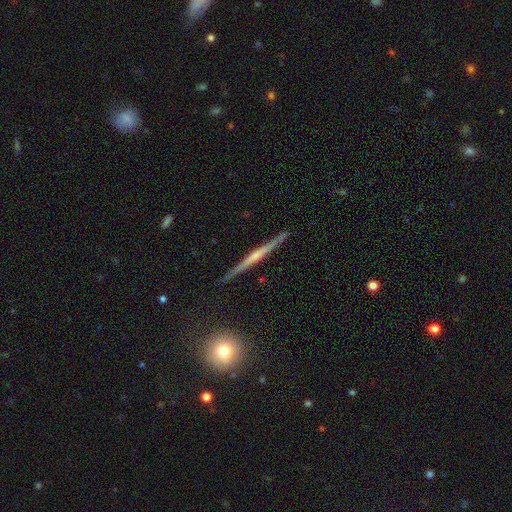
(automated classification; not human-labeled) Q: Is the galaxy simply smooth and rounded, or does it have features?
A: featured or disk — 72%.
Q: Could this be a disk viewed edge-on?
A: yes — 98%.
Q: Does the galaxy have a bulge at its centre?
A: rounded — 48%.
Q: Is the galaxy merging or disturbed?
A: none — 90%.